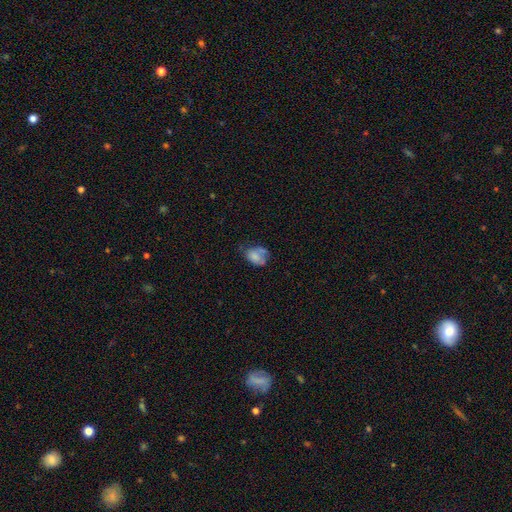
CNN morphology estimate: Smooth or featured: smooth — 65% (featured or disk — 25%)
How rounded: in between — 70% (round — 29%)
Merging: none — 34% (minor disturbance — 29%)